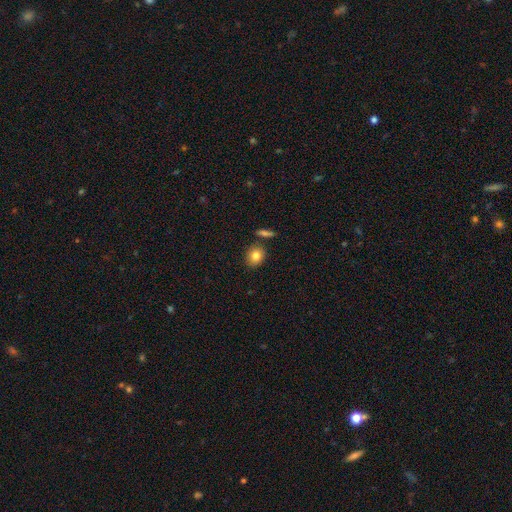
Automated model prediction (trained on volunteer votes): Morphology: type=smooth (83%); roundness=round (61%); merging=none (80%).